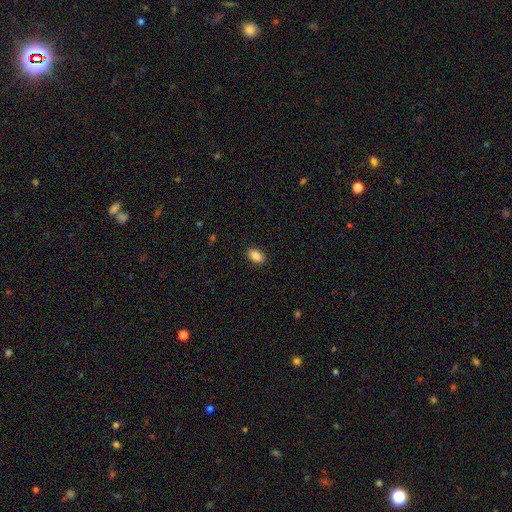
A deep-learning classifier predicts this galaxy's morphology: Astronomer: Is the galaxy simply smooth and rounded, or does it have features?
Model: smooth — 88%.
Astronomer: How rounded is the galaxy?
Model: in between — 91%.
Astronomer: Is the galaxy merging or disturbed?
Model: none — 89%.